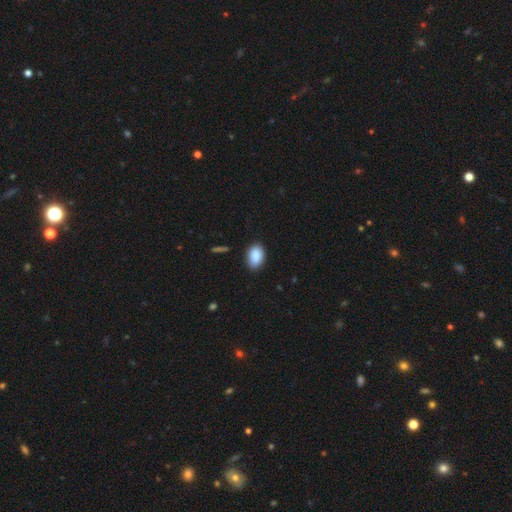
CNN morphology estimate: This is clearly a smooth galaxy (88%). How rounded: clearly in between (88%). Merging: clearly none (86%).